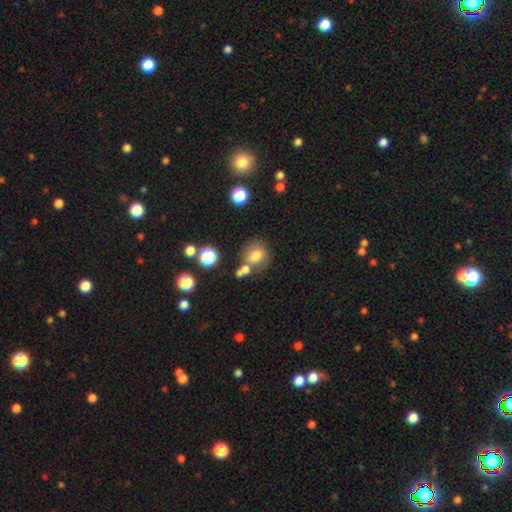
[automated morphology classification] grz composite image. It shows a smooth galaxy with no disk features (75%) that is round (80%). Merging: none (58%).